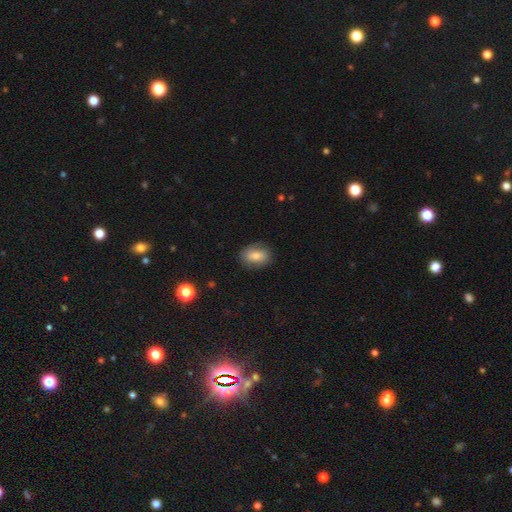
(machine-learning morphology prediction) smooth_or_featured: smooth (p=0.74) [alt: featured or disk p=0.18]
how_rounded: in between (p=0.76) [alt: round p=0.22]
merging: none (p=0.81) [alt: minor disturbance p=0.14]